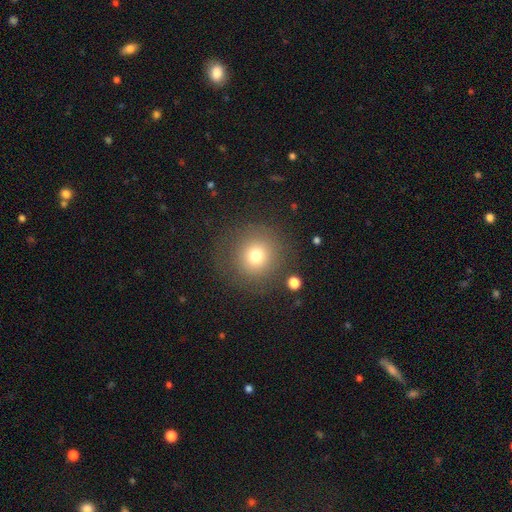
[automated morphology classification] smooth-or-featured: smooth: 73% | star or artifact: 15% | featured or disk: 12%
  how-rounded: round: 93% | in between: 6% | cigar-shaped: 1%
  merging: none: 80% | minor disturbance: 10% | major disturbance: 7% | merger: 3%